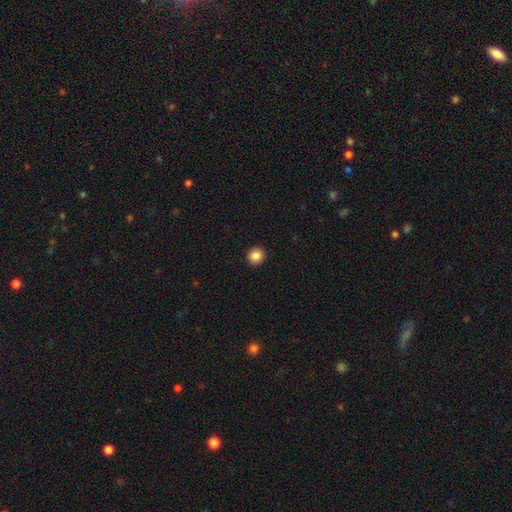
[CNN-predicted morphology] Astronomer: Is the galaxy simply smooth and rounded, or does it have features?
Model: smooth — 87%.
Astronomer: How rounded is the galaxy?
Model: round — 91%.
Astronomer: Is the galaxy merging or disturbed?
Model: none — 93%.